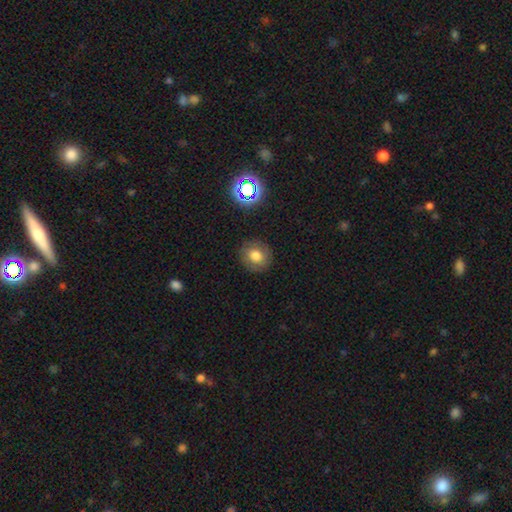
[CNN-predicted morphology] Overall: smooth (71%). How rounded: round (80%). Merging: none (86%).